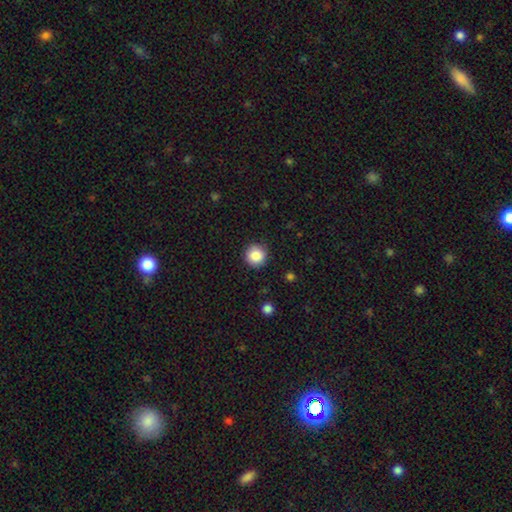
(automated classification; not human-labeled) Overall: smooth (86%). How rounded: round (94%). Merging: none (90%).